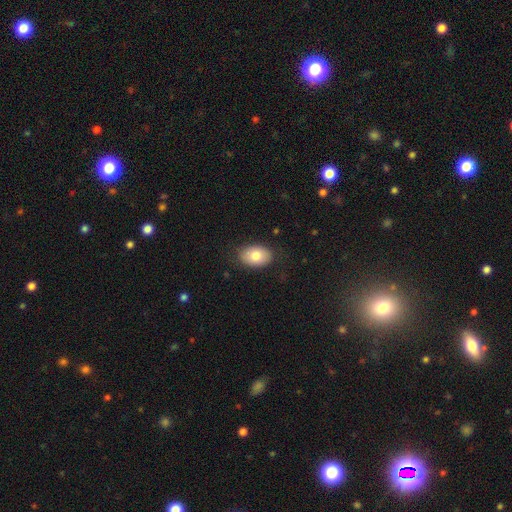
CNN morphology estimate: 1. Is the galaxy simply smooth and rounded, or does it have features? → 79% smooth, 14% featured or disk, 7% star or artifact.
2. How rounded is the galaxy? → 85% in between, 14% round, 1% cigar-shaped.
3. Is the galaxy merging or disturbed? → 83% none, 12% minor disturbance, 3% major disturbance, 1% merger.